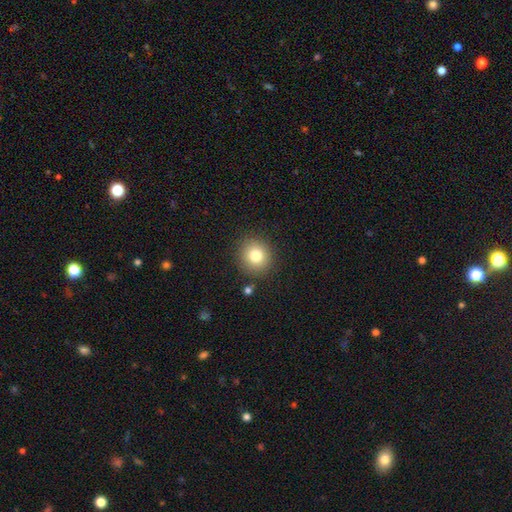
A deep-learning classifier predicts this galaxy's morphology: type=smooth (79%); roundness=round (90%); merging=none (88%).